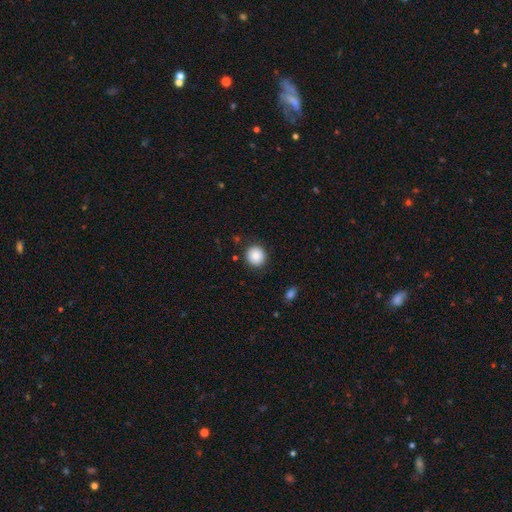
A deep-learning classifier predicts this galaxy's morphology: A smooth galaxy with no disk features (87%) that is round (92%).

Vote fractions:
- Smooth or featured? smooth: 87% / star or artifact: 9% / featured or disk: 5%
- How rounded? round: 92% / in between: 7% / cigar-shaped: 1%
- Merging? none: 89% / minor disturbance: 7% / major disturbance: 2% / merger: 1%